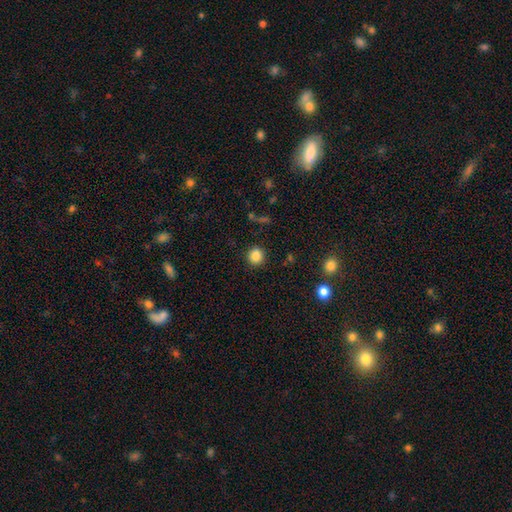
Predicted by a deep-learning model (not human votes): smooth_or_featured: smooth (p=0.85) [alt: star or artifact p=0.11]
how_rounded: round (p=0.86) [alt: in between p=0.13]
merging: none (p=0.88) [alt: minor disturbance p=0.07]